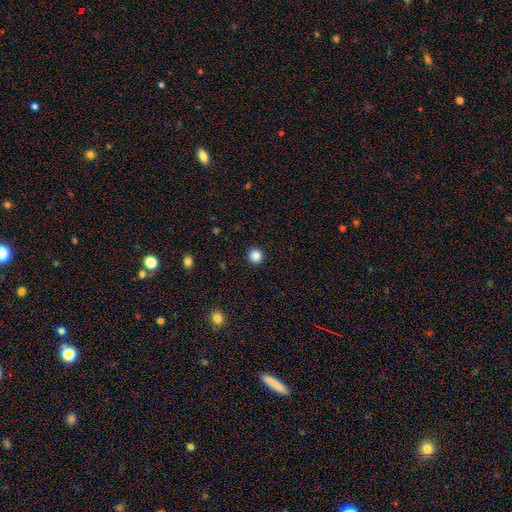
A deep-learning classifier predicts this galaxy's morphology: This is clearly a smooth galaxy (86%). How rounded: clearly round (94%). Merging: clearly none (93%).